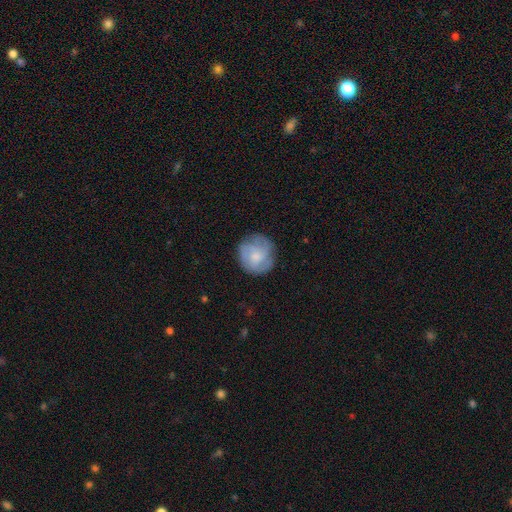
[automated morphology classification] type=smooth (47%); merging=none (75%).